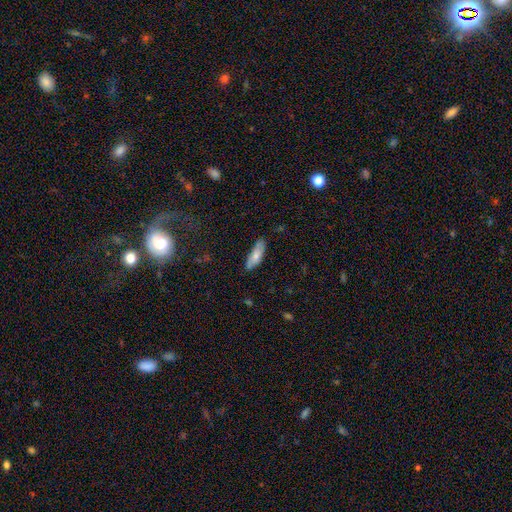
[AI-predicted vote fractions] smooth 71%, featured or disk 23%, star or artifact 6%. Down the decision tree: how rounded — in between (58%); merging — none (78%).